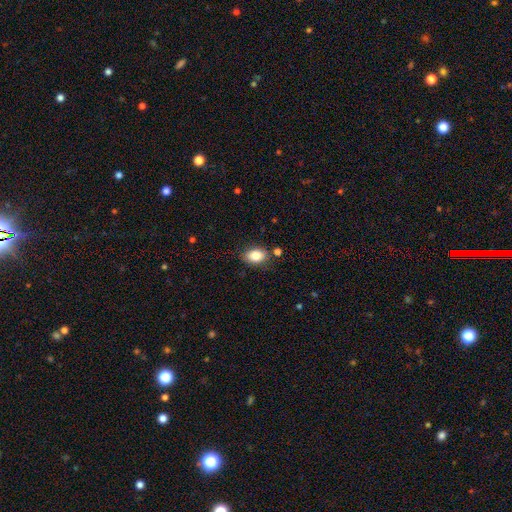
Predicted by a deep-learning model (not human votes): smooth_or_featured: smooth (p=0.83) [alt: featured or disk p=0.09]
how_rounded: in between (p=0.81) [alt: round p=0.17]
merging: none (p=0.81) [alt: minor disturbance p=0.13]